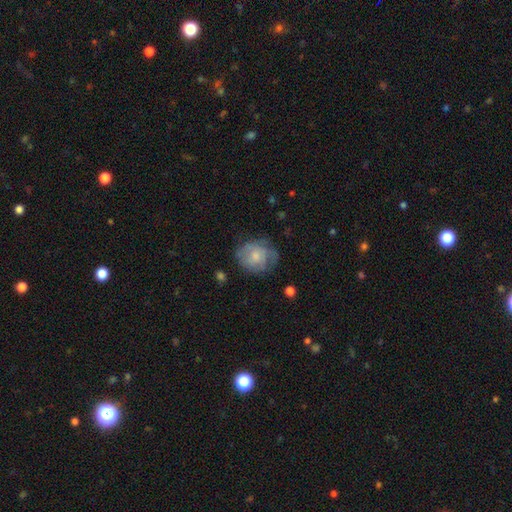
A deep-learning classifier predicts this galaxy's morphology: Smooth or featured: smooth — 53% (featured or disk — 39%)
How rounded: round — 66% (in between — 33%)
Merging: none — 57% (minor disturbance — 27%)